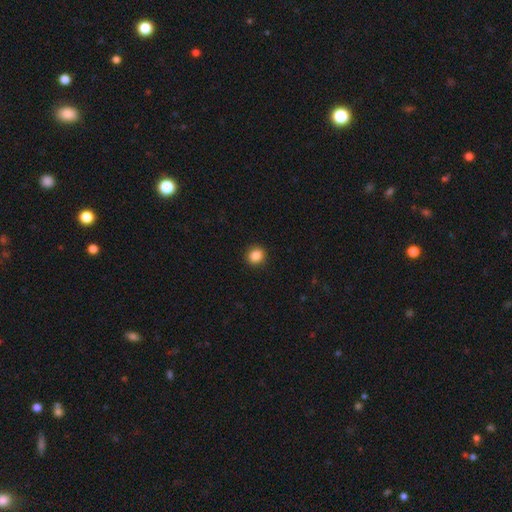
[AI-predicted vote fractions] smooth_or_featured: smooth (p=0.86) [alt: star or artifact p=0.10]
how_rounded: round (p=0.87) [alt: in between p=0.12]
merging: none (p=0.92) [alt: minor disturbance p=0.05]